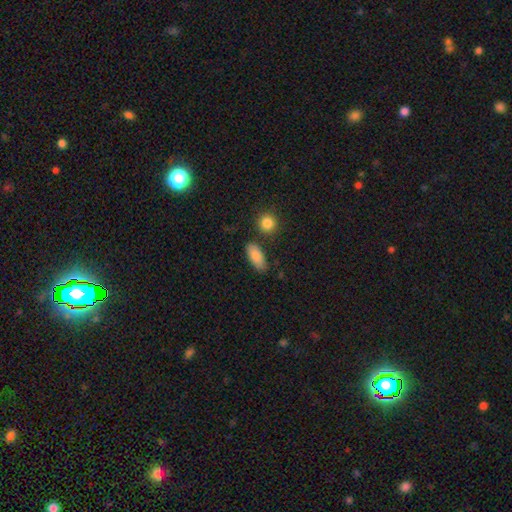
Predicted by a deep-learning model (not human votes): Smooth or featured: smooth — 86% (featured or disk — 7%)
How rounded: in between — 82% (cigar-shaped — 12%)
Merging: none — 78% (minor disturbance — 13%)